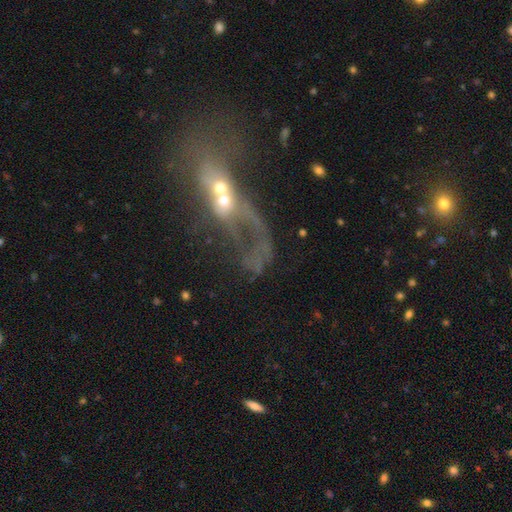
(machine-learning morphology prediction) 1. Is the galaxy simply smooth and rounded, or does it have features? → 60% featured or disk, 26% smooth, 14% star or artifact.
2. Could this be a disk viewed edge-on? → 92% no, 8% yes.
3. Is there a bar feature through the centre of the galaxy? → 78% no, 16% weak, 5% strong.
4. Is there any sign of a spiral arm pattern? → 60% no, 40% yes.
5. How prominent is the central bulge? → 46% moderate, 34% small, 9% none, 8% large, 3% dominant.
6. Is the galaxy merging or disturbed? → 69% merger, 17% major disturbance, 9% none, 5% minor disturbance.